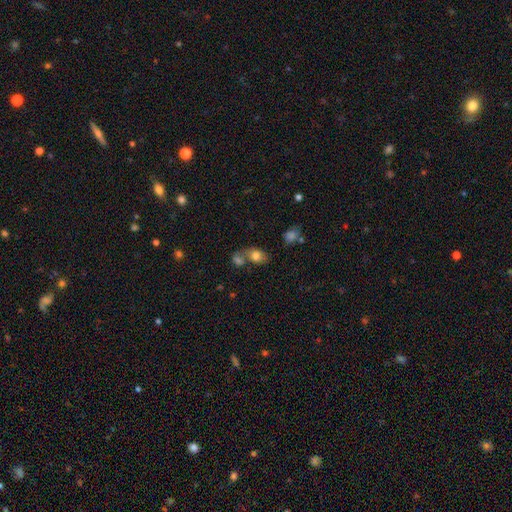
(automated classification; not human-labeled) Smooth or featured: smooth — 78% (featured or disk — 13%)
How rounded: in between — 69% (round — 30%)
Merging: merger — 47% (none — 36%)